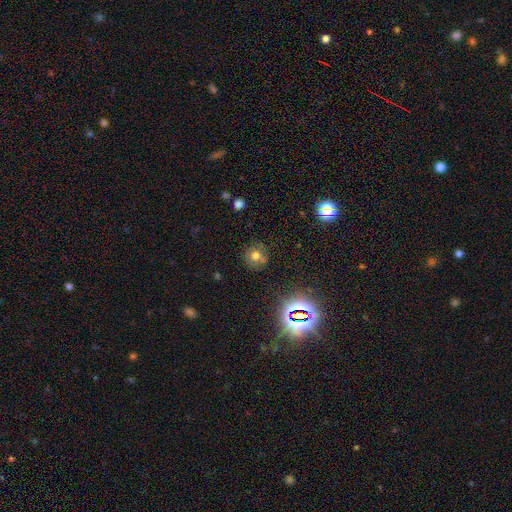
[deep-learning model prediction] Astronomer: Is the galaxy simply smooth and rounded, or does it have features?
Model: smooth — 64%.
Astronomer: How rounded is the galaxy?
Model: round — 83%.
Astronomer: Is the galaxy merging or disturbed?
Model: none — 69%.